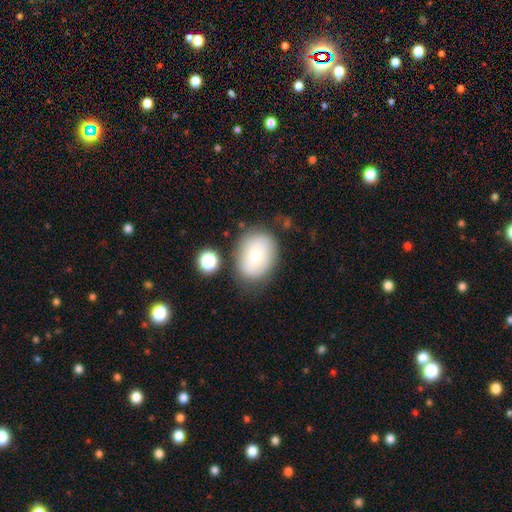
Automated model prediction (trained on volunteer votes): Smooth or featured?
  - smooth: 64% *
  - featured or disk: 27%
  - star or artifact: 9%
How rounded?
  - in between: 62% *
  - round: 37%
  - cigar-shaped: 1%
Merging?
  - none: 69% *
  - minor disturbance: 19%
  - major disturbance: 7%
  - merger: 5%